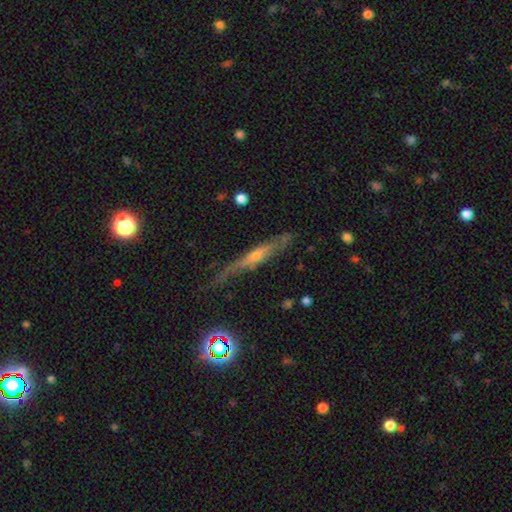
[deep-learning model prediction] Smooth or featured?
  - featured or disk: 62% *
  - smooth: 29%
  - star or artifact: 9%
Edge-on disk?
  - yes: 84% *
  - no: 16%
Edge-on bulge?
  - rounded: 62% *
  - none: 31%
  - boxy: 8%
Merging?
  - none: 62% *
  - minor disturbance: 25%
  - major disturbance: 10%
  - merger: 3%